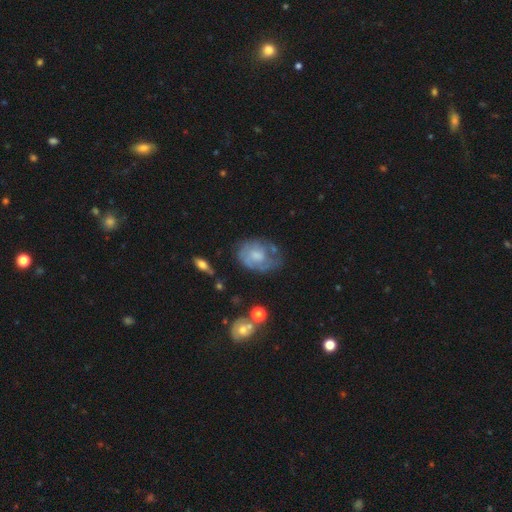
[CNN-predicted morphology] featured or disk 57%, smooth 35%, star or artifact 8%. Down the decision tree: edge-on disk — no (96%); bar — no (68%); spiral arms — yes (67%); bulge size — moderate (42%); merging — none (49%).